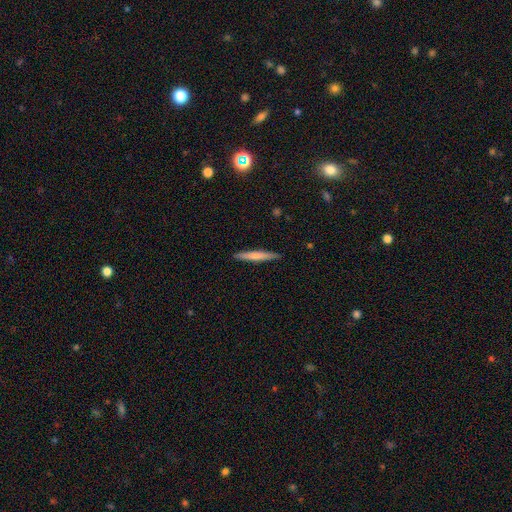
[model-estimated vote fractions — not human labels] smooth-or-featured: smooth: 62% | featured or disk: 32% | star or artifact: 5%
  how-rounded: cigar-shaped: 95% | in between: 4% | round: 1%
  merging: none: 90% | minor disturbance: 8% | major disturbance: 1% | merger: 1%